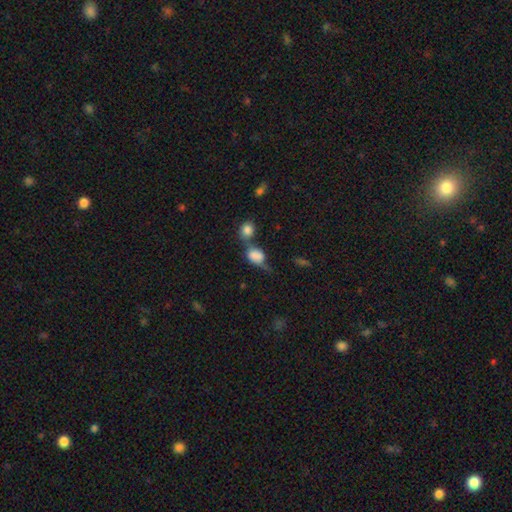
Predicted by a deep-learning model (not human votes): Smooth or featured? smooth (75%)
How rounded? in between (70%)
Merging? merger (47%)